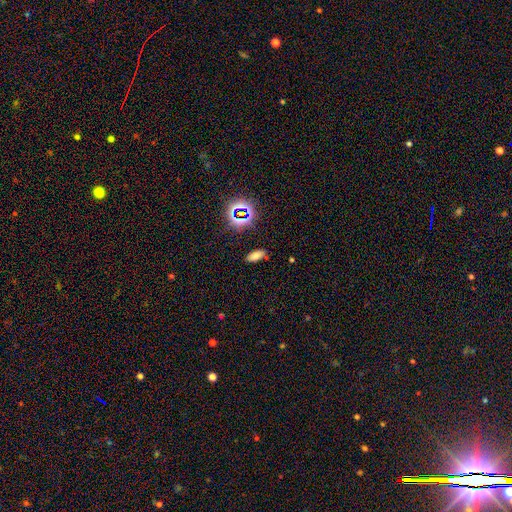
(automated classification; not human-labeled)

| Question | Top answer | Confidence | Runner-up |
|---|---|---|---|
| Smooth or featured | smooth | 67% | star or artifact (23%) |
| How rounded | in between | 83% | cigar-shaped (13%) |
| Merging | none | 81% | minor disturbance (13%) |